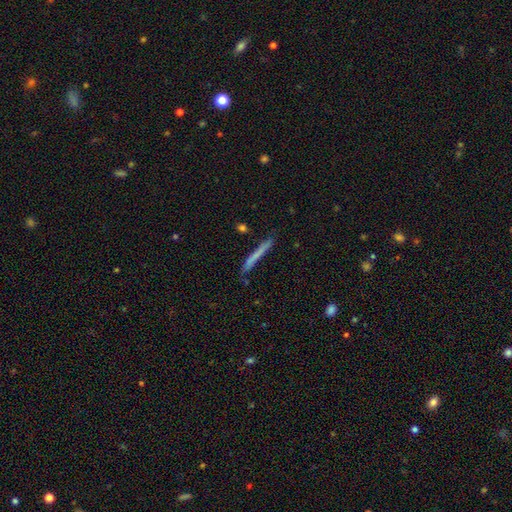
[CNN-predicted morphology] This is likely a smooth galaxy (63%). How rounded: clearly cigar-shaped (96%). Merging: likely none (79%).